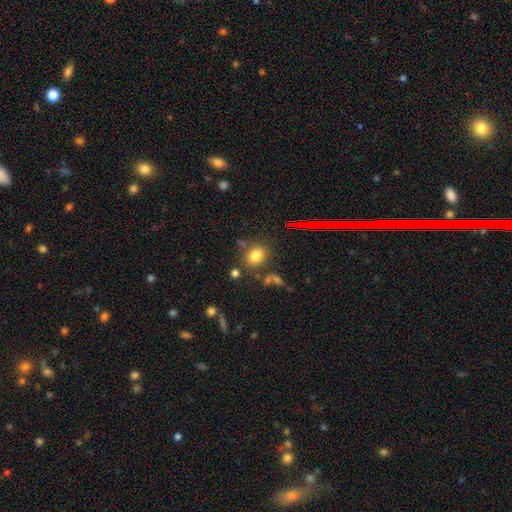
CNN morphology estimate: A smooth galaxy with no disk features (77%) that is round (56%).

Vote fractions:
- Smooth or featured? smooth: 77% / star or artifact: 15% / featured or disk: 8%
- How rounded? round: 56% / in between: 42% / cigar-shaped: 1%
- Merging? none: 76% / minor disturbance: 12% / merger: 8% / major disturbance: 5%